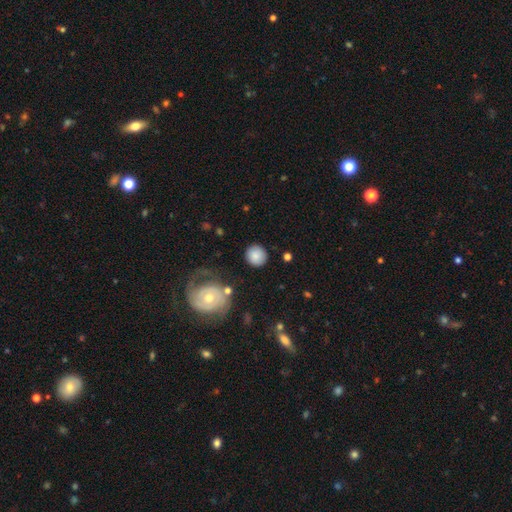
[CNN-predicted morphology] A smooth galaxy with no disk features (82%) that is round (90%).

Vote fractions:
- Smooth or featured? smooth: 82% / featured or disk: 11% / star or artifact: 7%
- How rounded? round: 90% / in between: 9% / cigar-shaped: 1%
- Merging? none: 83% / minor disturbance: 10% / major disturbance: 4% / merger: 3%